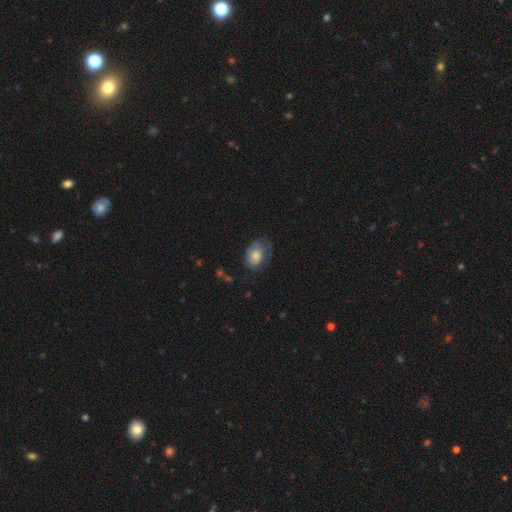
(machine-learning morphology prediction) A smooth galaxy with no disk features (74%) that is in between round and cigar-shaped (75%). Merging: none (51%).